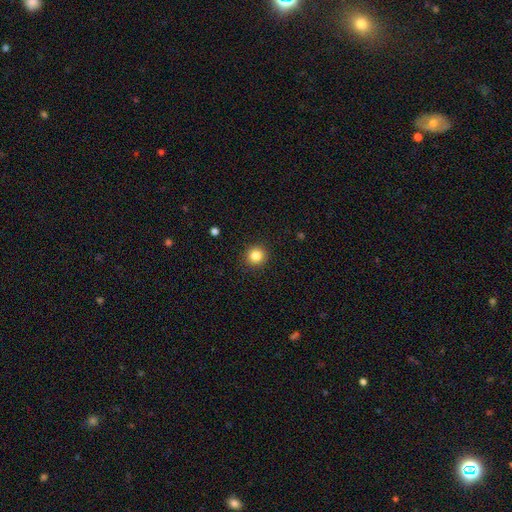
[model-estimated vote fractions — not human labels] The model was most divided on "smooth or featured": smooth: 83%, star or artifact: 11%, featured or disk: 5%. More confident: how rounded — round (94%); merging — none (92%).